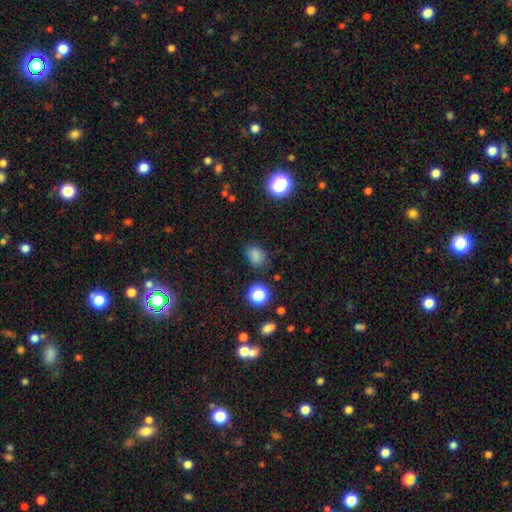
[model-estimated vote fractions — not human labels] This appears to be a smooth galaxy with no disk features (78%) that is in between round and cigar-shaped (62%). Merging: none (76%).